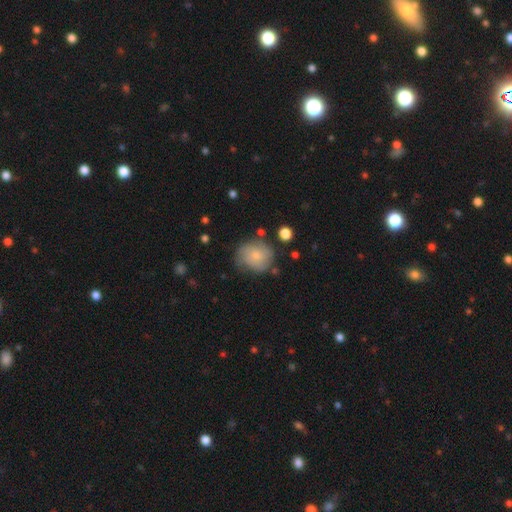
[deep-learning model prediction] Q: Smooth or featured?
A: smooth (65%); runner-up: featured or disk (28%)
Q: How rounded?
A: round (77%); runner-up: in between (22%)
Q: Merging?
A: none (60%); runner-up: minor disturbance (27%)